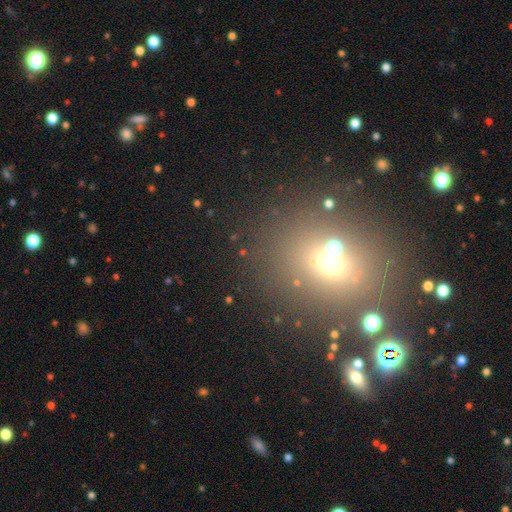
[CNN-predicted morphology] A star or artifact, not a galaxy (46%).